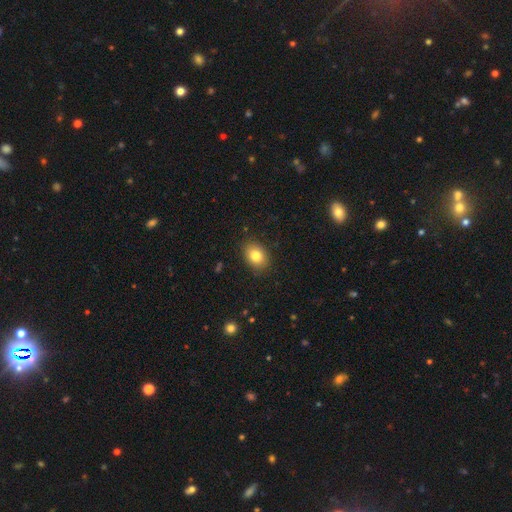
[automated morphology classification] Smooth or featured? smooth (81%)
How rounded? in between (69%)
Merging? none (86%)